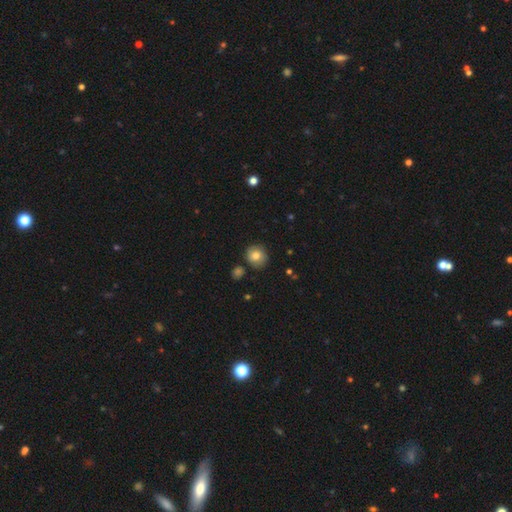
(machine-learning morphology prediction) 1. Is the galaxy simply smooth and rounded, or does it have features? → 80% smooth, 10% featured or disk, 10% star or artifact.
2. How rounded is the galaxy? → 88% round, 11% in between, 1% cigar-shaped.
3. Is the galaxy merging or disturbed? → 83% none, 11% minor disturbance, 4% merger, 2% major disturbance.